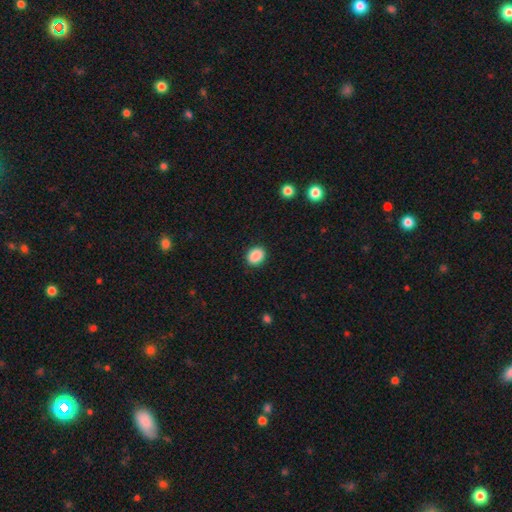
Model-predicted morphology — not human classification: smooth_or_featured: smooth (p=0.89) [alt: star or artifact p=0.08]
how_rounded: round (p=0.50) [alt: in between p=0.49]
merging: none (p=0.90) [alt: minor disturbance p=0.07]